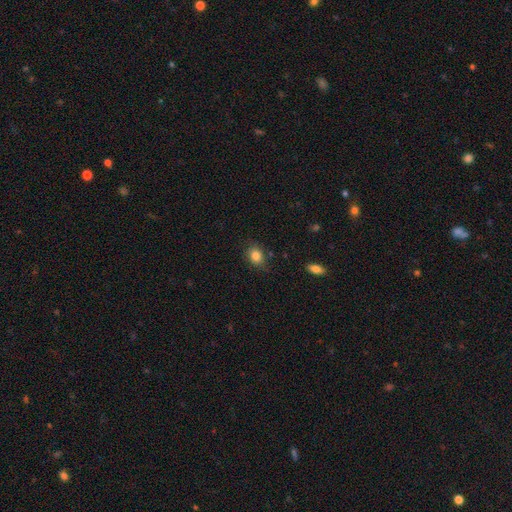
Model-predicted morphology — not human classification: The model was most divided on "how rounded": in between: 54%, round: 45%, cigar-shaped: 1%. More confident: smooth or featured — smooth (84%); merging — none (79%).